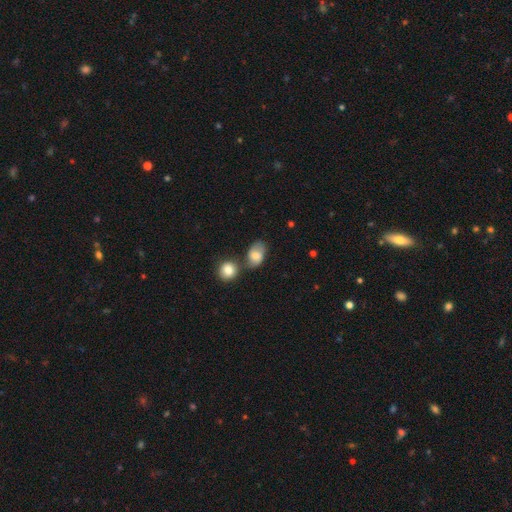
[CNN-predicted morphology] type=smooth (68%); roundness=in between (80%); merging=none (47%).